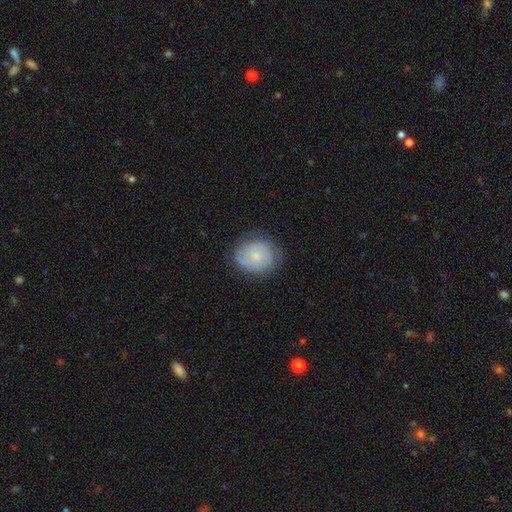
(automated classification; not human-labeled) This is possibly a smooth galaxy (47%). Merging: likely none (75%).